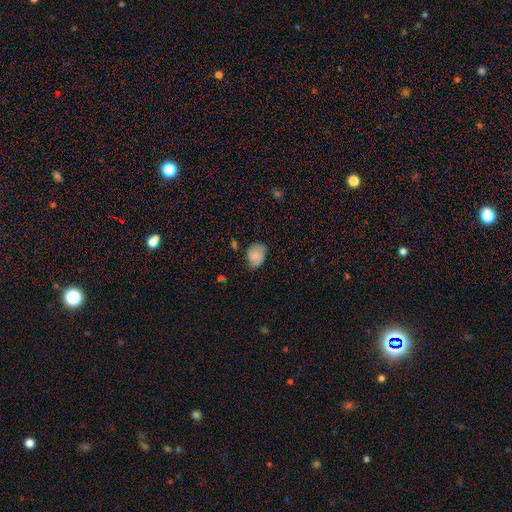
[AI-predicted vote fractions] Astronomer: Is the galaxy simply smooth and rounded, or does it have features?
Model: smooth — 68%.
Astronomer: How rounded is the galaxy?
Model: in between — 63%.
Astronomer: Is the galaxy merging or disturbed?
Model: none — 59%.